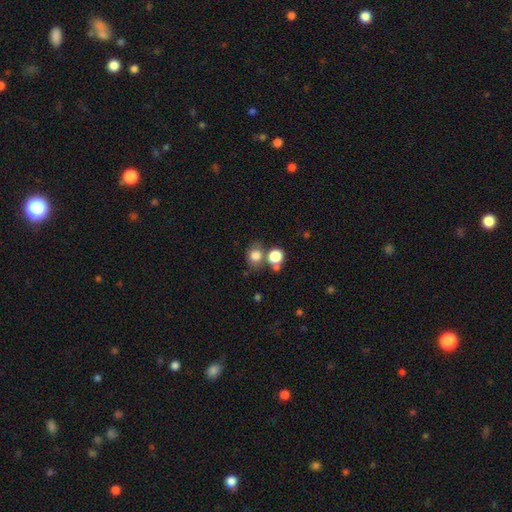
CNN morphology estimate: Smooth or featured? Predicted: smooth (p=0.80). How rounded? Predicted: round (p=0.67). Merging? Predicted: none (p=0.58).